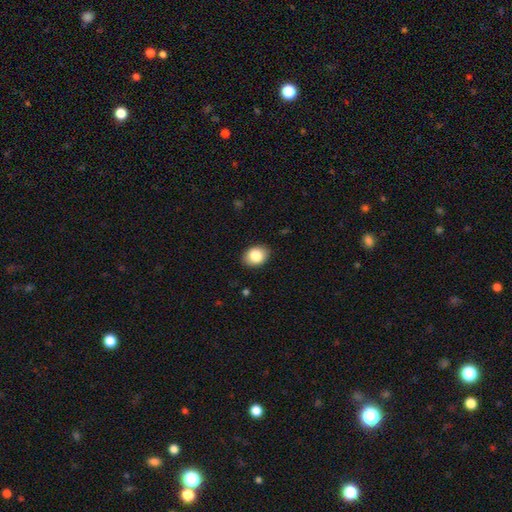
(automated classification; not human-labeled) Overall: smooth (84%). How rounded: in between (69%; round 30%). Merging: none (88%).